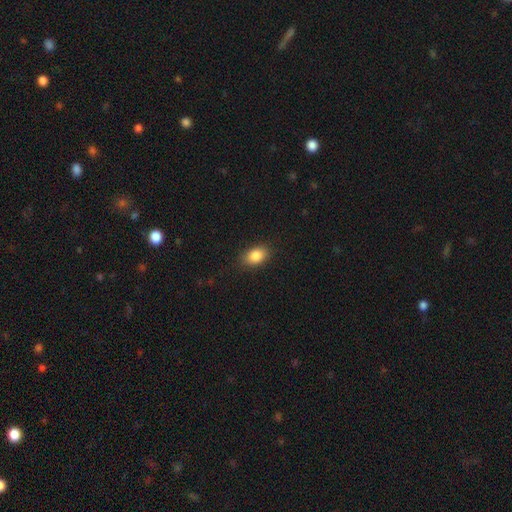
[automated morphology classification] Q: Smooth or featured?
A: smooth (86%); runner-up: star or artifact (8%)
Q: How rounded?
A: in between (84%); runner-up: round (14%)
Q: Merging?
A: none (86%); runner-up: minor disturbance (11%)